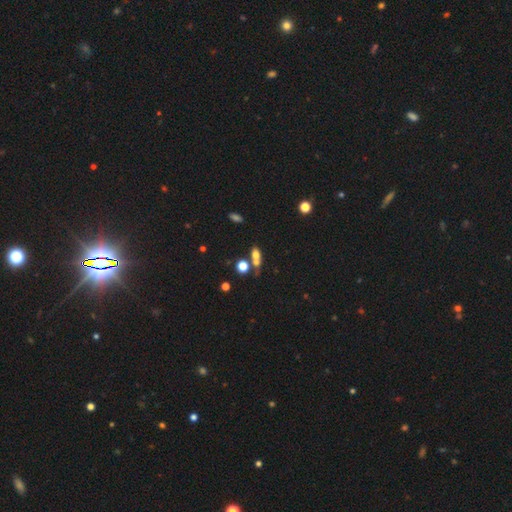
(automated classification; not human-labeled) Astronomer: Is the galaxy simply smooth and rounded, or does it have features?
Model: smooth — 66%.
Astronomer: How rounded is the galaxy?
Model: in between — 61%.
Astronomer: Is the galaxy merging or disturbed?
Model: merger — 45% (runner-up: none, 40%).